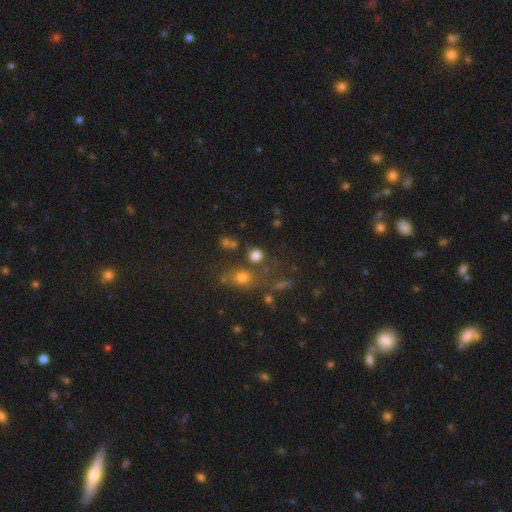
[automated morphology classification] smooth-or-featured: smooth: 76% | star or artifact: 17% | featured or disk: 7%
  how-rounded: round: 80% | in between: 19% | cigar-shaped: 1%
  merging: none: 65% | merger: 17% | minor disturbance: 12% | major disturbance: 6%